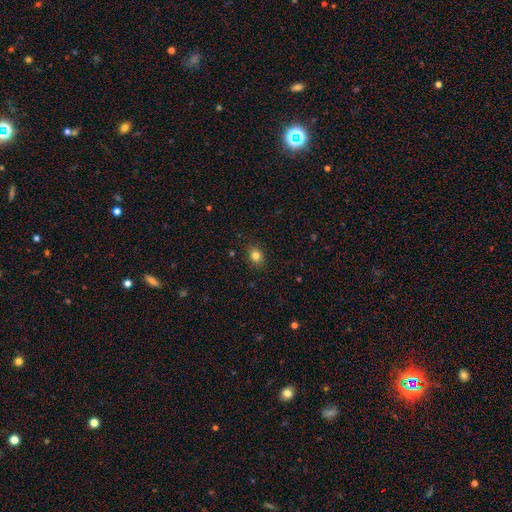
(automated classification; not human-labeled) Smooth or featured? Predicted: smooth (p=0.82). How rounded? Predicted: round (p=0.52). Merging? Predicted: none (p=0.88).